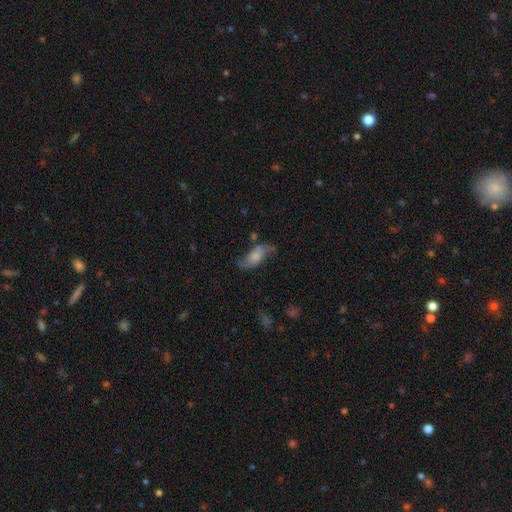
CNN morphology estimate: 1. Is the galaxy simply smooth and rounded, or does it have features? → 48% featured or disk, 44% smooth, 8% star or artifact.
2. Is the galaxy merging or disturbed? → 57% none, 25% minor disturbance, 13% major disturbance, 5% merger.